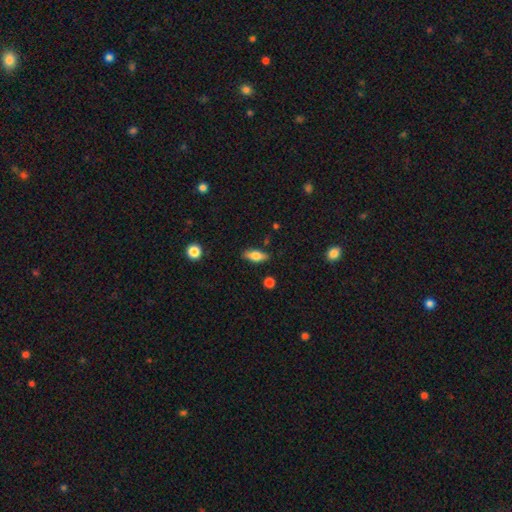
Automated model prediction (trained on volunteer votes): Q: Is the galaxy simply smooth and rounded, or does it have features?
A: smooth — 71%.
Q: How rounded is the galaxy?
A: in between — 74%.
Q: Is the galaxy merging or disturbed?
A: none — 84%.